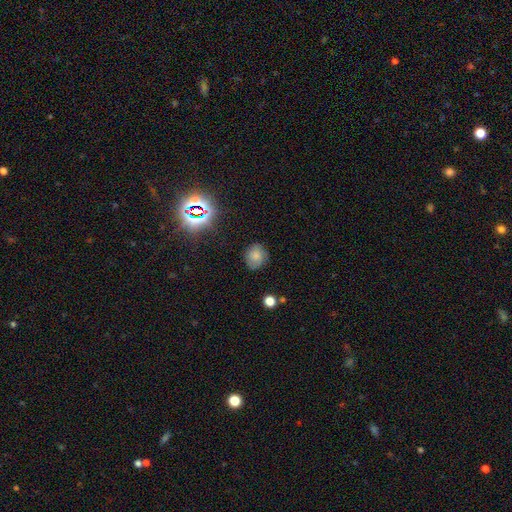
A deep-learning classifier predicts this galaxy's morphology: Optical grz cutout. It shows a smooth galaxy with no disk features (74%) that is round (67%). Merging: none (78%).